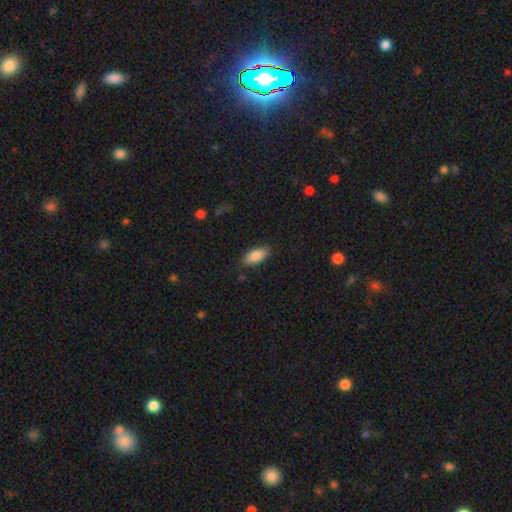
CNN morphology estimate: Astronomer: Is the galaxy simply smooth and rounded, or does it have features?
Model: smooth — 85%.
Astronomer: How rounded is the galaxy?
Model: in between — 83%.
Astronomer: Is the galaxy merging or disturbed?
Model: none — 82%.